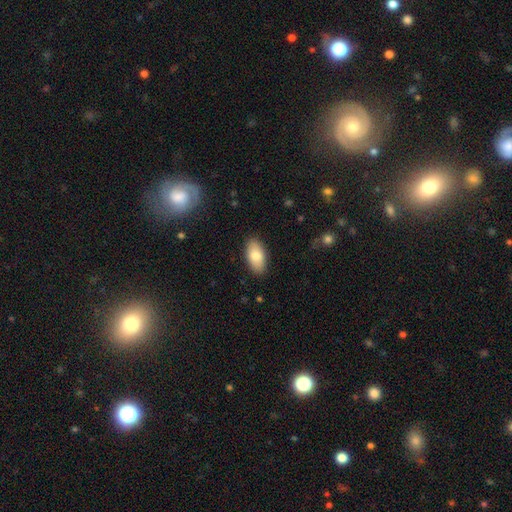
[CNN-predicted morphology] Smooth or featured?
  - smooth: 81% *
  - featured or disk: 13%
  - star or artifact: 6%
How rounded?
  - in between: 93% *
  - cigar-shaped: 4%
  - round: 3%
Merging?
  - none: 88% *
  - minor disturbance: 9%
  - major disturbance: 2%
  - merger: 1%